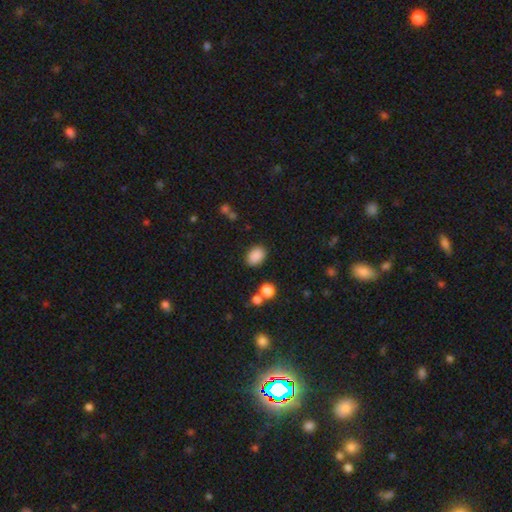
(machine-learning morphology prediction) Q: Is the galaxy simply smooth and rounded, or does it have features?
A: smooth — 87%.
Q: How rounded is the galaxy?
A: in between — 79%.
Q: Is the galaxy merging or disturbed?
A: none — 83%.